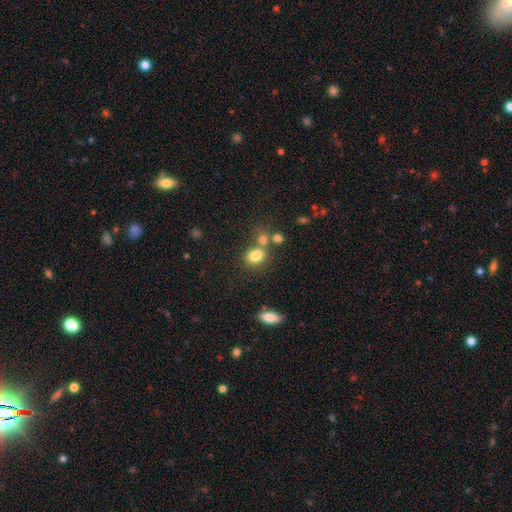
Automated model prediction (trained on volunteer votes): This is likely a smooth galaxy (80%). How rounded: likely in between (60%). Merging: possibly none (46%).